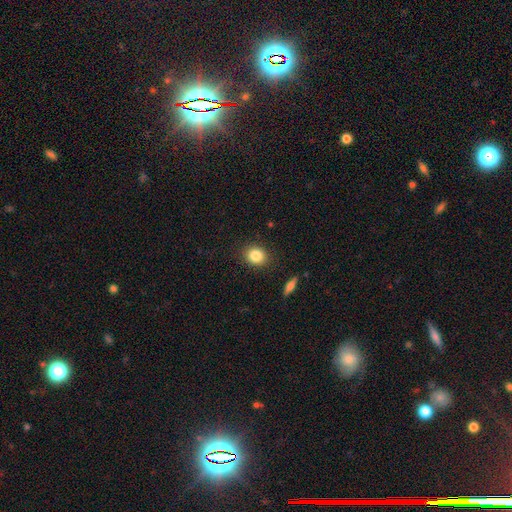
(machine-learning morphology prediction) Q: Smooth or featured?
A: smooth (84%); runner-up: star or artifact (10%)
Q: How rounded?
A: round (70%); runner-up: in between (29%)
Q: Merging?
A: none (88%); runner-up: minor disturbance (8%)